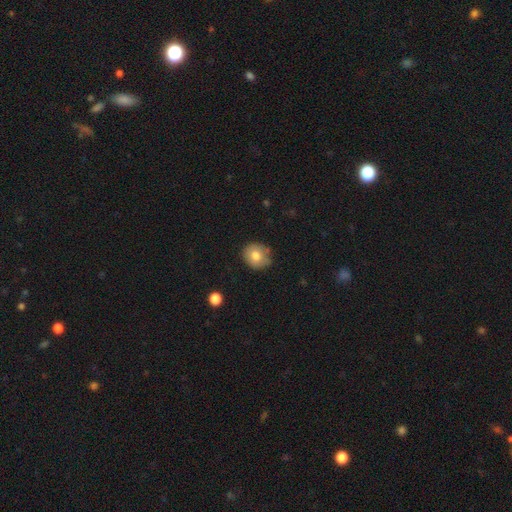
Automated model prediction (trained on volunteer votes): Overall: smooth (76%). How rounded: round (76%). Merging: none (76%).